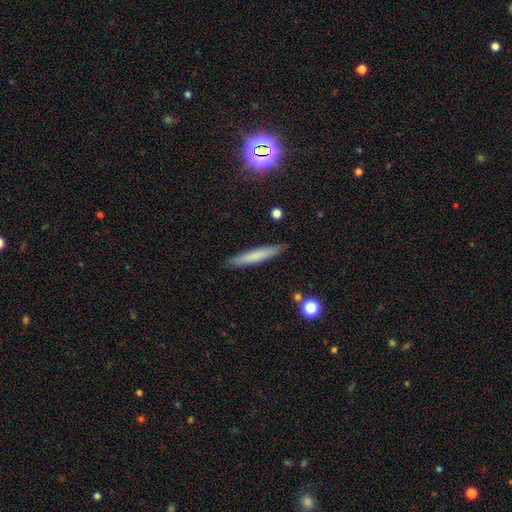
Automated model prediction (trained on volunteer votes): Smooth or featured? Predicted: smooth (p=0.70). How rounded? Predicted: cigar-shaped (p=0.93). Merging? Predicted: none (p=0.89).